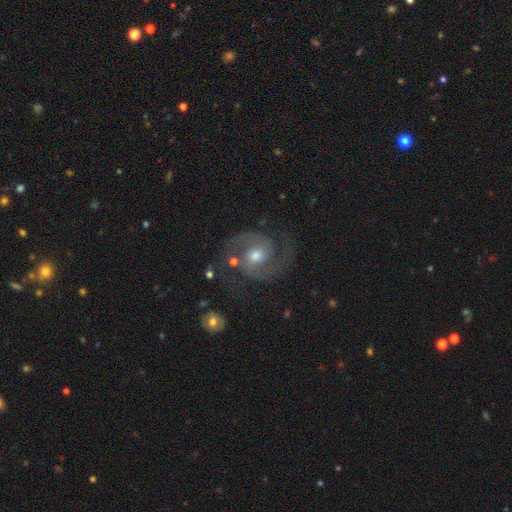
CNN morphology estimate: type=featured or disk (90%); edge-on=no (98%); bar=no (63%); spiral arms=yes (98%); winding=medium (61%); arm count=2 (94%); bulge=moderate (67%); merging=none (77%).